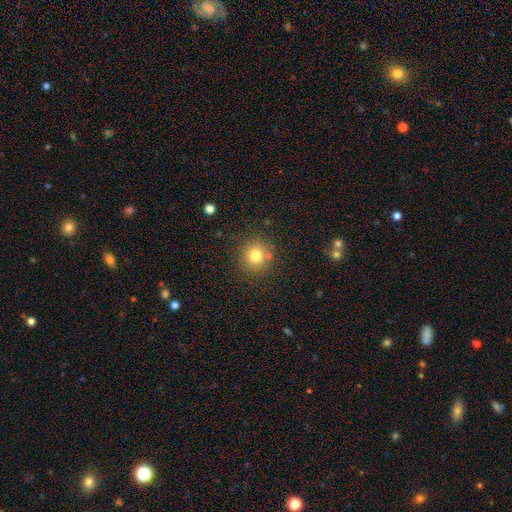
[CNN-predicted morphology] Smooth or featured?
  - smooth: 78% *
  - star or artifact: 14%
  - featured or disk: 9%
How rounded?
  - round: 88% *
  - in between: 11%
  - cigar-shaped: 1%
Merging?
  - none: 81% *
  - minor disturbance: 9%
  - merger: 7%
  - major disturbance: 3%